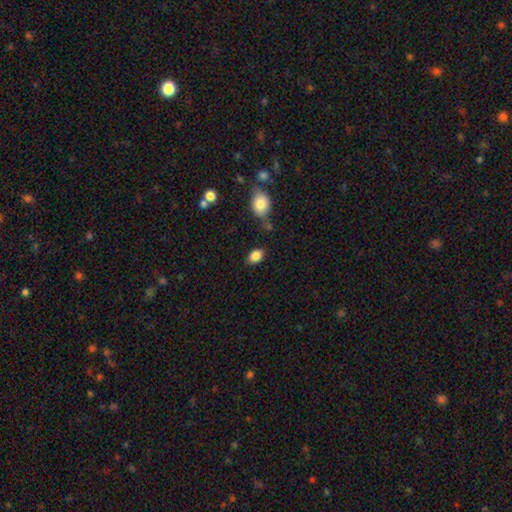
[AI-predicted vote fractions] A smooth galaxy with no disk features (86%) that is in between round and cigar-shaped (77%). Merging: none (78%).